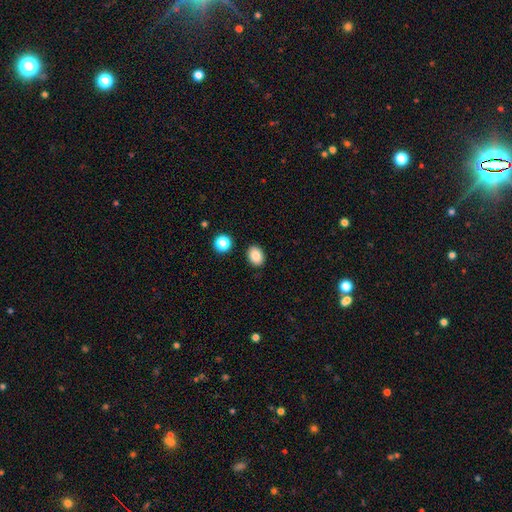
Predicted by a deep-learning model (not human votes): smooth 86%, star or artifact 9%, featured or disk 5%. Down the decision tree: how rounded — in between (70%); merging — none (88%).